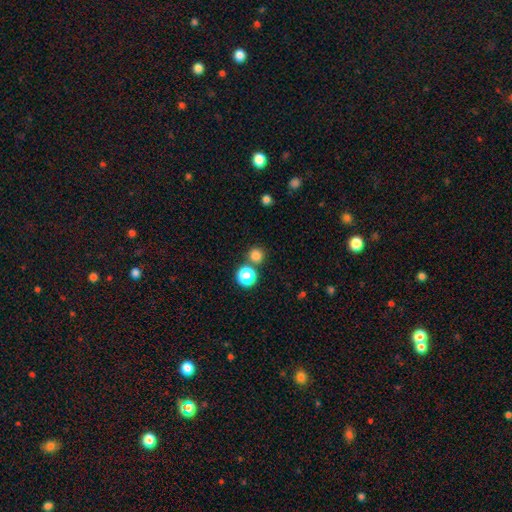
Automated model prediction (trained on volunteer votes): This appears to be a smooth galaxy with no disk features (79%) that is round (94%). Merging: none (78%).